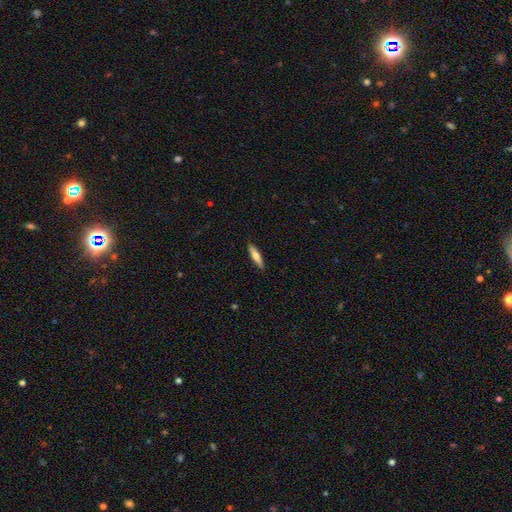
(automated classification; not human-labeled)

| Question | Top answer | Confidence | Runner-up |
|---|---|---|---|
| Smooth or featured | smooth | 63% | featured or disk (31%) |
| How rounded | cigar-shaped | 78% | in between (20%) |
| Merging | none | 90% | minor disturbance (8%) |